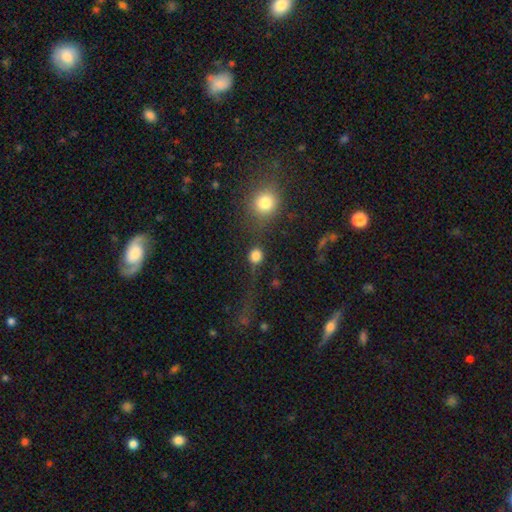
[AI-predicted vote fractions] Overall: smooth (81%). How rounded: round (86%). Merging: none (62%).